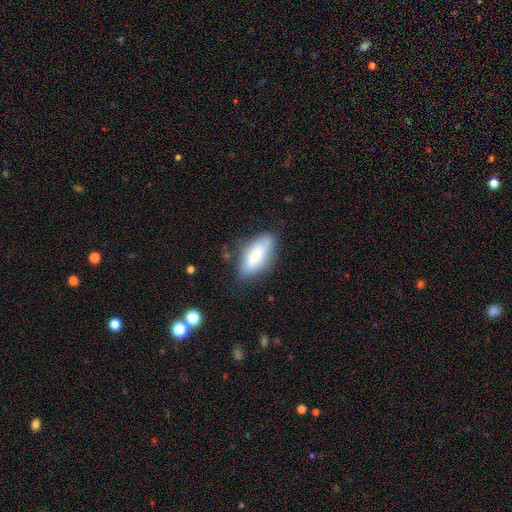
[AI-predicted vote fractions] This appears to be a smooth galaxy with no disk features (72%) that is in between round and cigar-shaped (80%). Merging: none (68%).